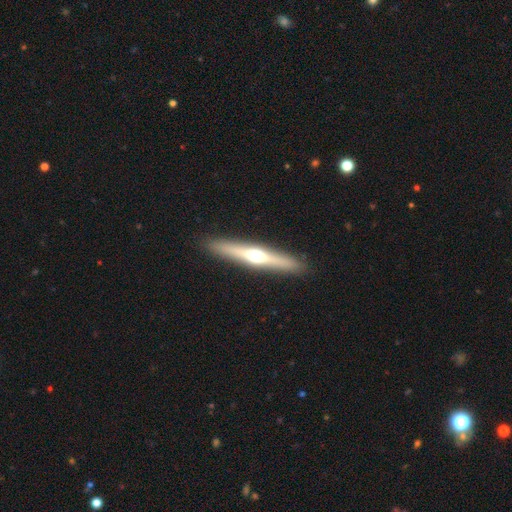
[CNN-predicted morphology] A featured or disk galaxy (62%) viewed edge-on (95%) with a rounded central bulge (92%).

Vote fractions:
- Smooth or featured? featured or disk: 62% / smooth: 33% / star or artifact: 6%
- Edge-on disk? yes: 95% / no: 5%
- Edge-on bulge? rounded: 92% / none: 5% / boxy: 3%
- Merging? none: 91% / minor disturbance: 7% / major disturbance: 2% / merger: 1%